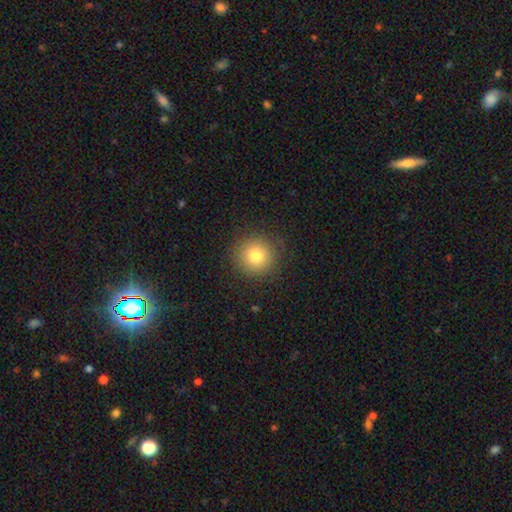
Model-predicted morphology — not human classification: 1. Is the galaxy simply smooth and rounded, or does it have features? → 79% smooth, 12% star or artifact, 9% featured or disk.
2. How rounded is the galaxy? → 94% round, 5% in between, 1% cigar-shaped.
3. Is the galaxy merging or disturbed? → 88% none, 8% minor disturbance, 3% major disturbance, 1% merger.